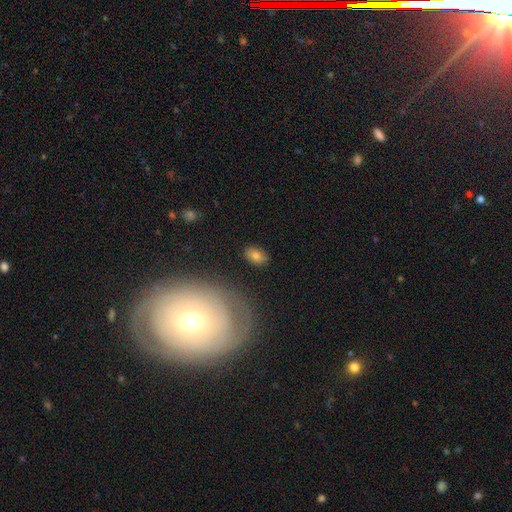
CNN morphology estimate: A smooth galaxy with no disk features (77%) that is in between round and cigar-shaped (86%). Merging: none (84%).